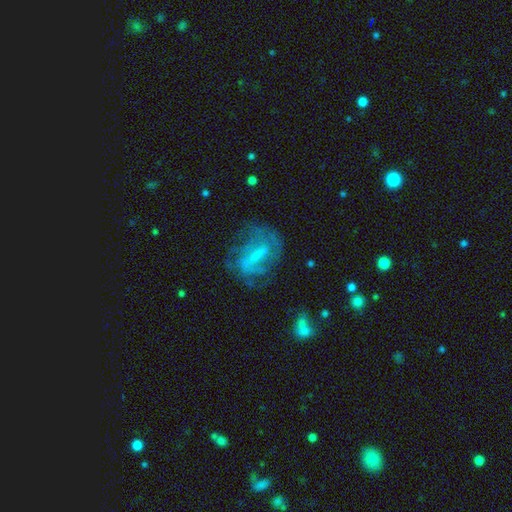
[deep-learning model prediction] A featured or disk galaxy (70%) with a weak bar (45%), spiral arms (74%) and a small central bulge (40%). Merging: none (56%).